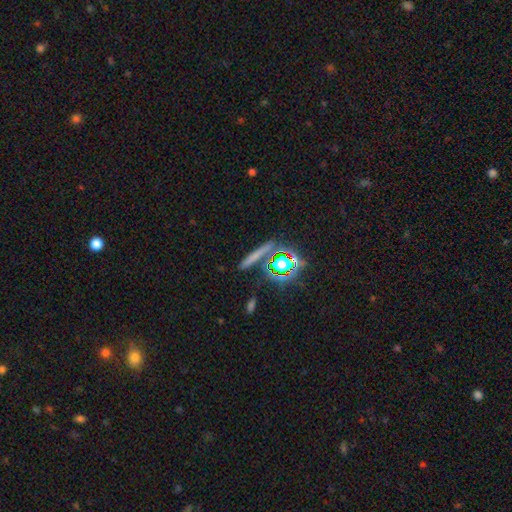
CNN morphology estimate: Smooth or featured?
  - smooth: 50% *
  - star or artifact: 31%
  - featured or disk: 20%
Merging?
  - none: 80% *
  - minor disturbance: 10%
  - merger: 7%
  - major disturbance: 4%